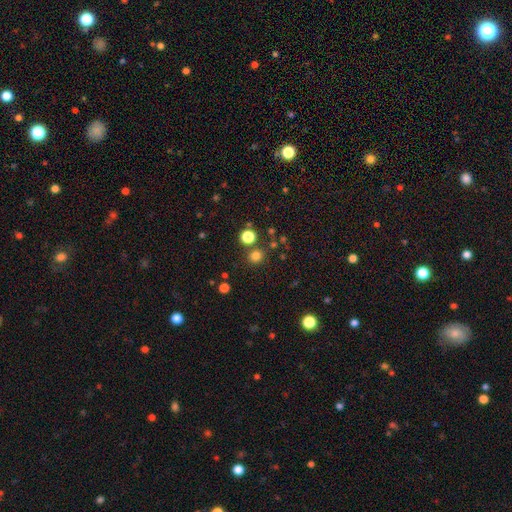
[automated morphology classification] Smooth or featured?
  - smooth: 77% *
  - star or artifact: 18%
  - featured or disk: 5%
How rounded?
  - round: 88% *
  - in between: 11%
  - cigar-shaped: 1%
Merging?
  - none: 82% *
  - merger: 8%
  - minor disturbance: 7%
  - major disturbance: 3%